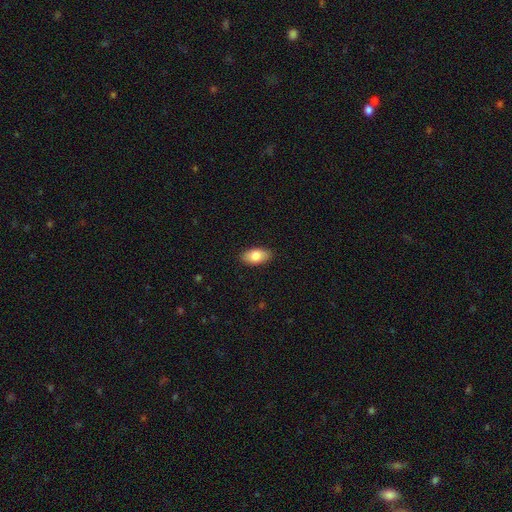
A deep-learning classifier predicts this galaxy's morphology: This appears to be a smooth galaxy with no disk features (82%) that is in between round and cigar-shaped (92%). Merging: none (89%).